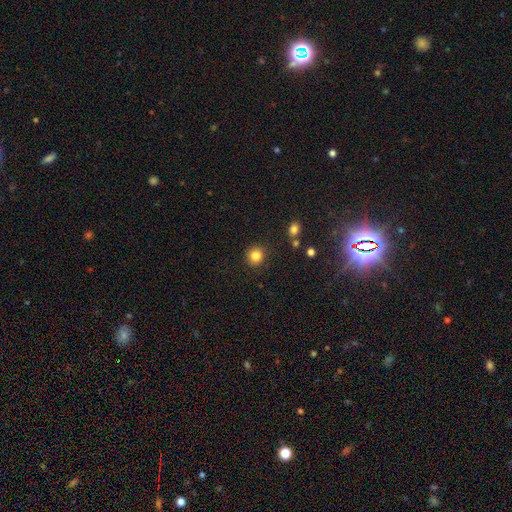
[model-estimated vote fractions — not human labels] The model was most divided on "smooth or featured": smooth: 85%, star or artifact: 11%, featured or disk: 5%. More confident: how rounded — round (91%); merging — none (89%).